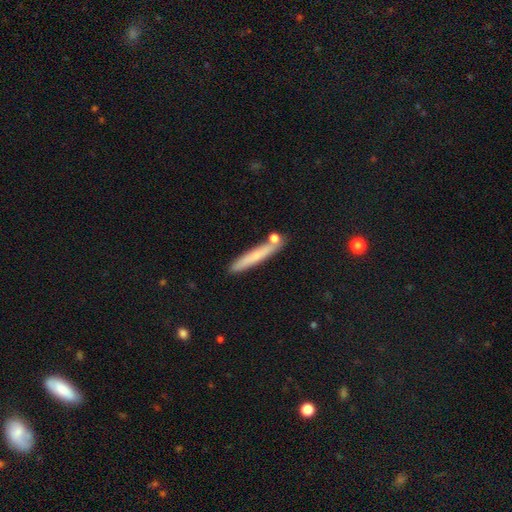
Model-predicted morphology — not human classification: Smooth or featured? smooth (65%)
How rounded? cigar-shaped (95%)
Merging? none (80%)